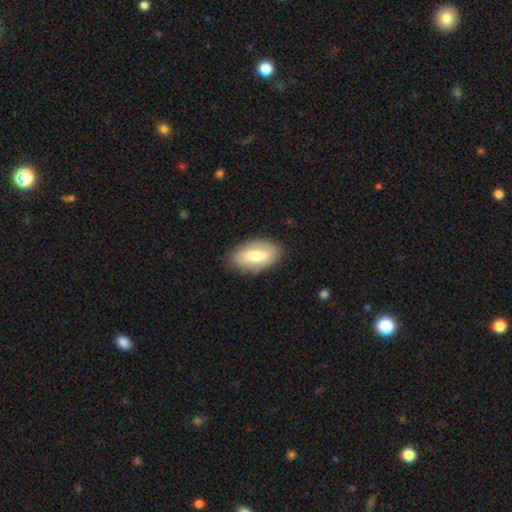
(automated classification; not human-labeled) Smooth or featured? smooth (68%)
How rounded? in between (93%)
Merging? none (83%)